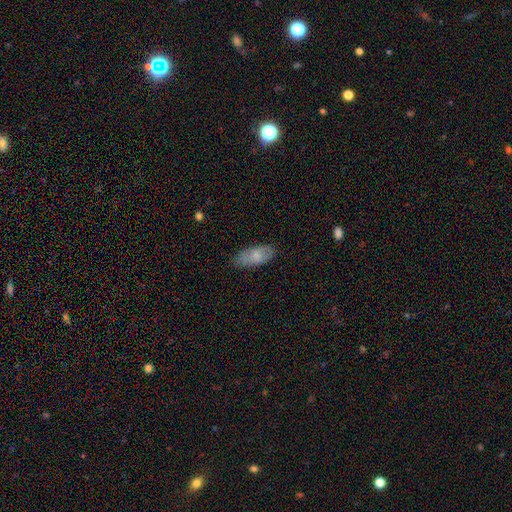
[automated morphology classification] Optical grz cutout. It shows a smooth galaxy with no disk features (77%) that is in between round and cigar-shaped (87%). Merging: none (78%).